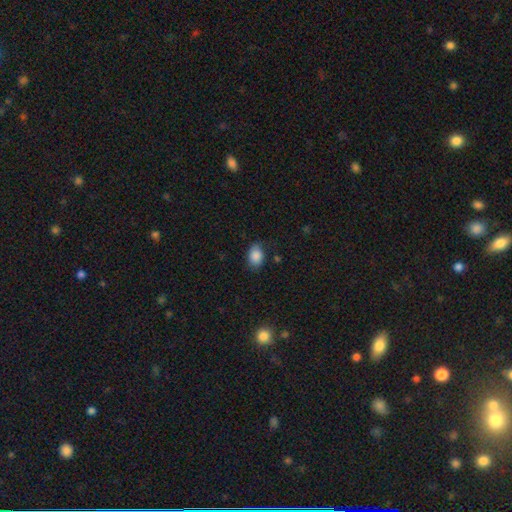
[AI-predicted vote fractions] Smooth or featured?
  - smooth: 86% *
  - star or artifact: 8%
  - featured or disk: 6%
How rounded?
  - in between: 78% *
  - round: 21%
  - cigar-shaped: 1%
Merging?
  - none: 75% *
  - minor disturbance: 19%
  - major disturbance: 4%
  - merger: 2%